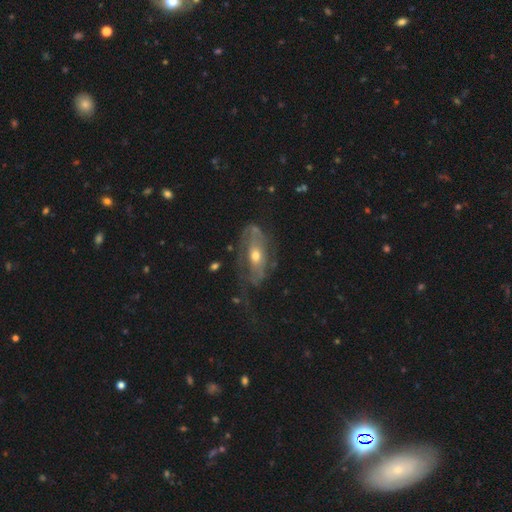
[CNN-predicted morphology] A featured or disk galaxy (73%) with no bar (65%), spiral arms (67%) and a moderate central bulge (63%). Merging: none (46%).